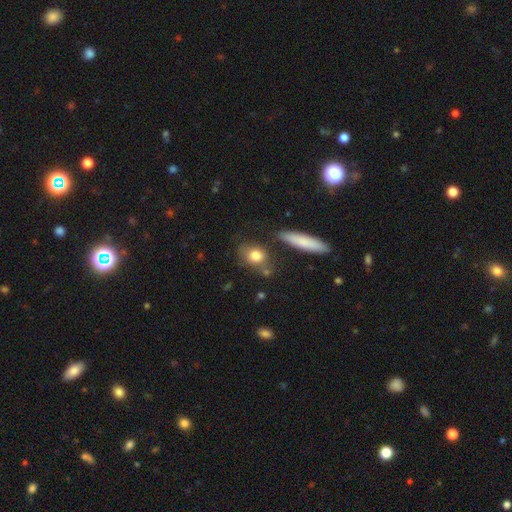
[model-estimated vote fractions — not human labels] Smooth or featured? smooth (80%)
How rounded? in between (52%)
Merging? none (63%)